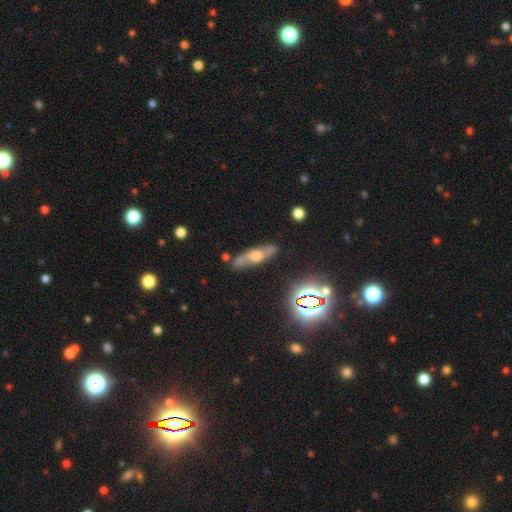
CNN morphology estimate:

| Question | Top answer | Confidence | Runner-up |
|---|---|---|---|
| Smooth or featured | featured or disk | 59% | smooth (26%) |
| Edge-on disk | yes | 58% | no (42%) |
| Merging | none | 80% | minor disturbance (13%) |